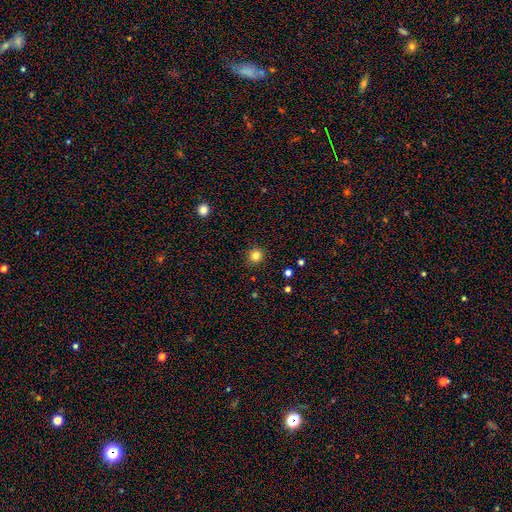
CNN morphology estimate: smooth 82%, star or artifact 13%, featured or disk 5%. Down the decision tree: how rounded — round (89%); merging — none (90%).